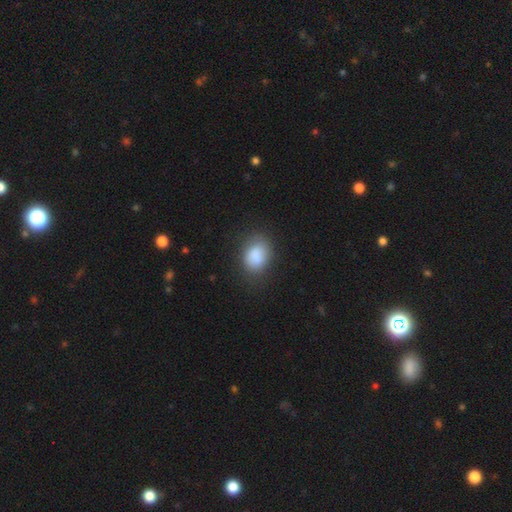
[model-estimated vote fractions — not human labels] This appears to be a smooth galaxy with no disk features (85%) that is in between round and cigar-shaped (68%). Merging: none (73%).